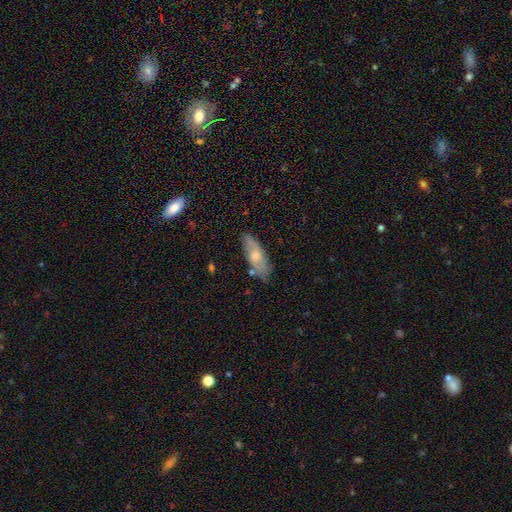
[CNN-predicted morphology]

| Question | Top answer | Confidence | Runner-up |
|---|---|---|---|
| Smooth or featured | smooth | 59% | featured or disk (35%) |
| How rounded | in between | 69% | cigar-shaped (29%) |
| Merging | none | 75% | minor disturbance (19%) |